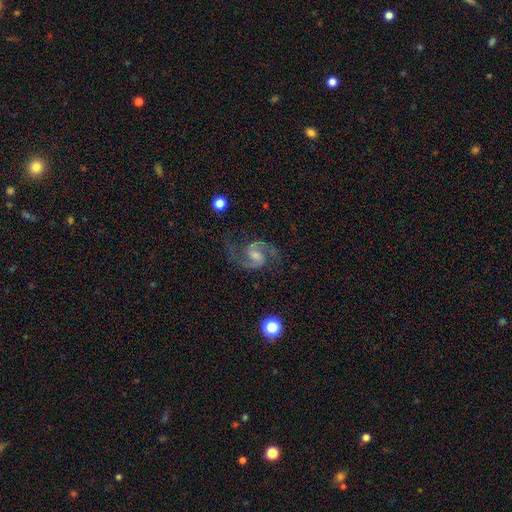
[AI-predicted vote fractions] Morphology: type=featured or disk (92%); edge-on=no (98%); bar=weak (53%); spiral arms=yes (98%); winding=medium (65%); arm count=2 (94%); bulge=small (43%); merging=none (78%).